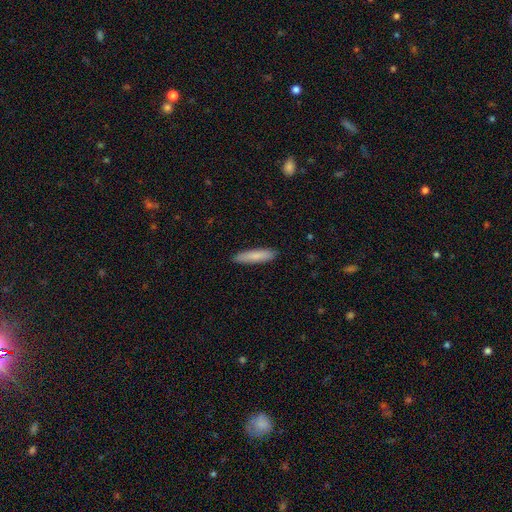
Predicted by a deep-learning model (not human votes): Q: Smooth or featured?
A: smooth (84%); runner-up: featured or disk (11%)
Q: How rounded?
A: cigar-shaped (83%); runner-up: in between (15%)
Q: Merging?
A: none (90%); runner-up: minor disturbance (8%)